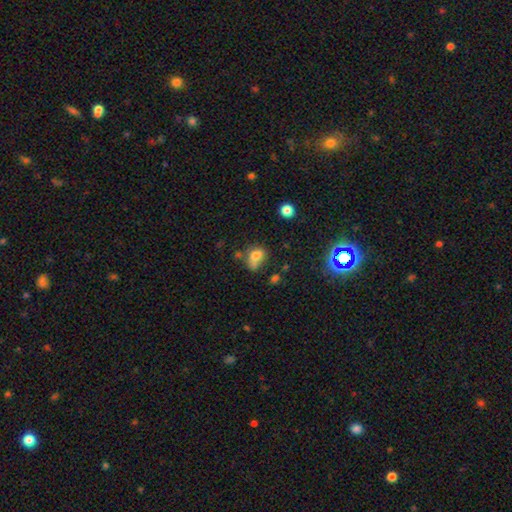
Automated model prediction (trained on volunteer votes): Smooth or featured?
  - smooth: 73% *
  - star or artifact: 14%
  - featured or disk: 14%
How rounded?
  - in between: 69% *
  - round: 29%
  - cigar-shaped: 2%
Merging?
  - none: 35% *
  - minor disturbance: 26%
  - merger: 21%
  - major disturbance: 18%